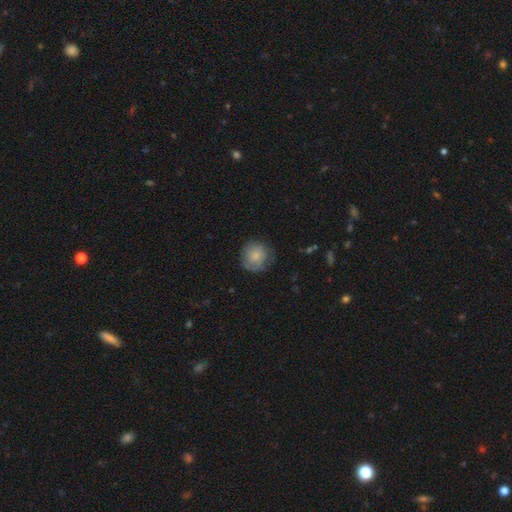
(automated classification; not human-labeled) Smooth or featured? Predicted: smooth (p=0.75). How rounded? Predicted: round (p=0.90). Merging? Predicted: none (p=0.73).